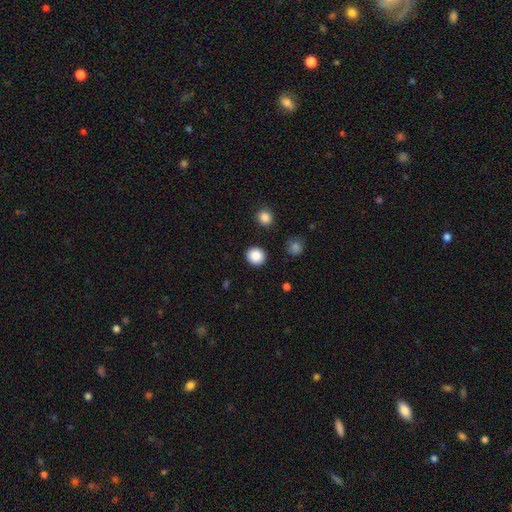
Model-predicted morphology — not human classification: Overall: smooth (87%). How rounded: round (91%). Merging: none (91%).